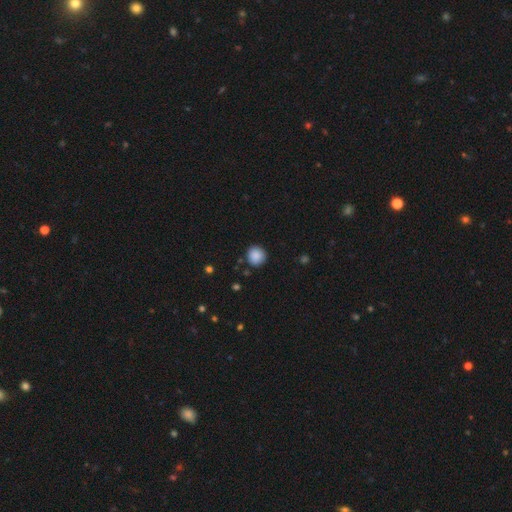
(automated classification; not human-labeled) Morphology: type=smooth (88%); roundness=round (92%); merging=none (88%).